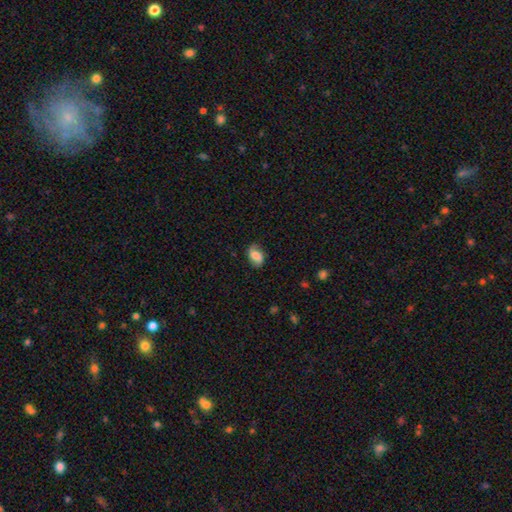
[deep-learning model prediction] Smooth or featured: smooth — 62% (featured or disk — 29%)
How rounded: in between — 84% (round — 14%)
Merging: none — 78% (minor disturbance — 17%)